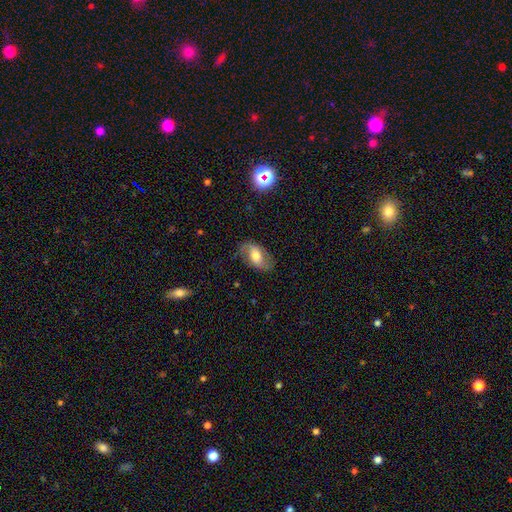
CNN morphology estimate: Smooth or featured: featured or disk — 54% (smooth — 38%)
Edge-on disk: no — 94% (yes — 6%)
Bar: no — 42% (weak — 38%)
Spiral arms: yes — 78% (no — 22%)
Bulge size: moderate — 63% (small — 18%)
Merging: none — 72% (minor disturbance — 18%)